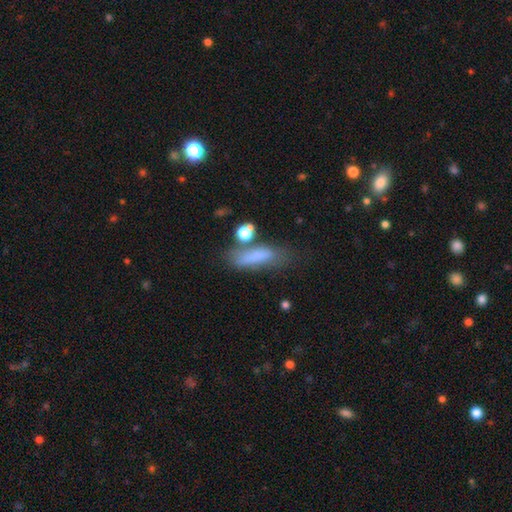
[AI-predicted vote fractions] The model was most divided on "how rounded": cigar-shaped: 54%, in between: 42%, round: 4%. More confident: smooth or featured — smooth (72%); merging — none (53%).